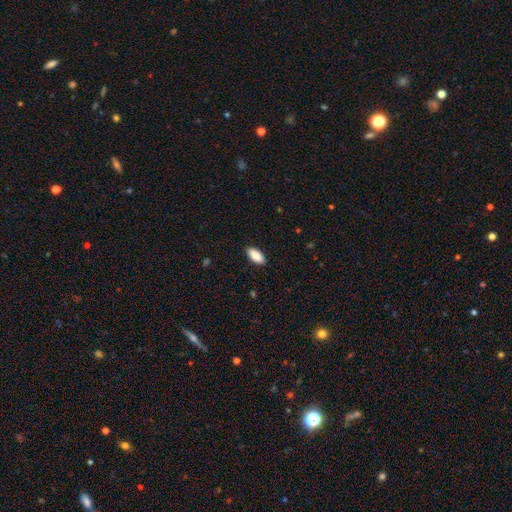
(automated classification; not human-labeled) Smooth or featured? Predicted: smooth (p=0.88). How rounded? Predicted: in between (p=0.89). Merging? Predicted: none (p=0.90).